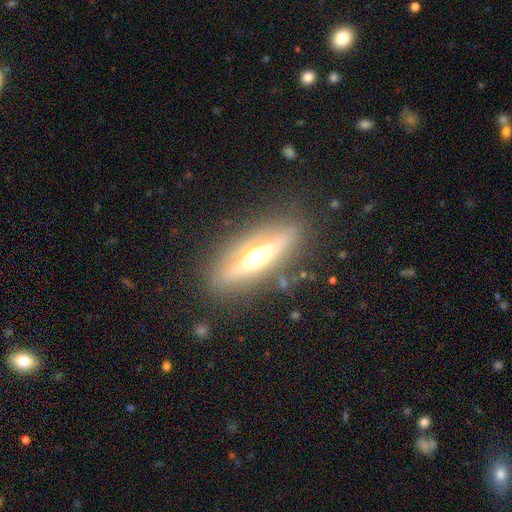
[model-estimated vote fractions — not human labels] A featured or disk galaxy (65%) viewed edge-on (83%) with a rounded central bulge (91%). Merging: none (83%).